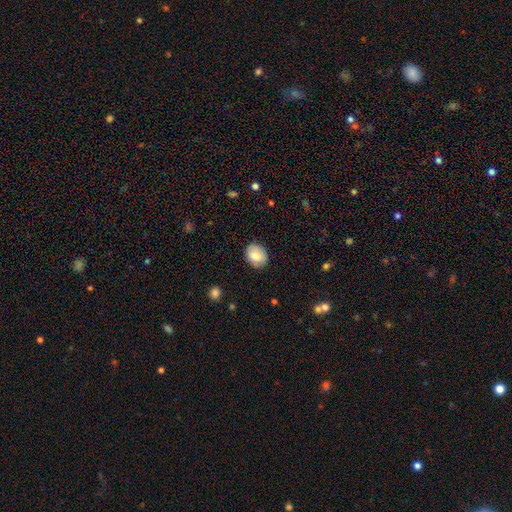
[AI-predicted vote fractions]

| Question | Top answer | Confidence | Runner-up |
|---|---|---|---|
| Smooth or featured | smooth | 83% | featured or disk (9%) |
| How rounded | in between | 52% | round (48%) |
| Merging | none | 83% | minor disturbance (13%) |